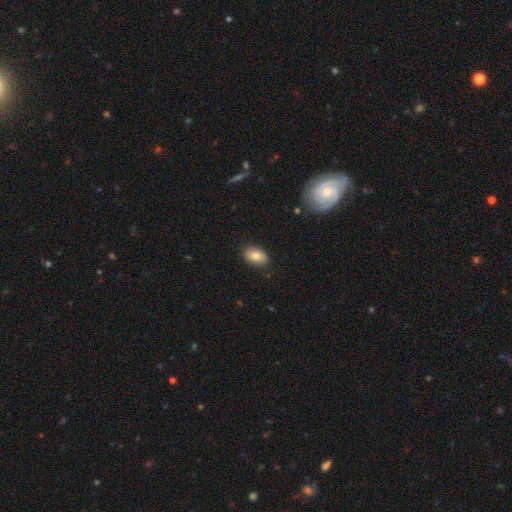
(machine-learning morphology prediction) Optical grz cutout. It shows a smooth galaxy with no disk features (77%) that is in between round and cigar-shaped (86%). Merging: none (86%).